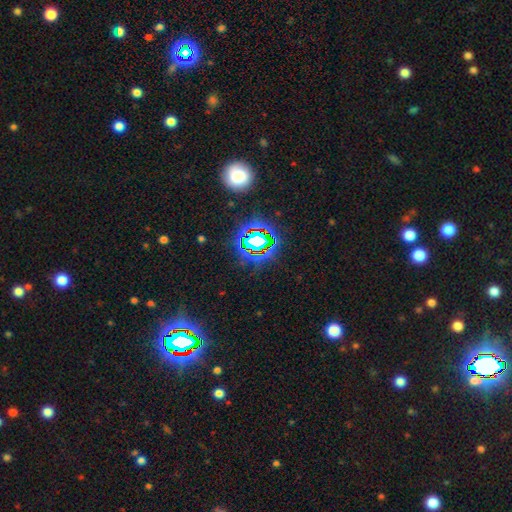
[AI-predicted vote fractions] Smooth or featured?
  - star or artifact: 74% *
  - smooth: 16%
  - featured or disk: 10%